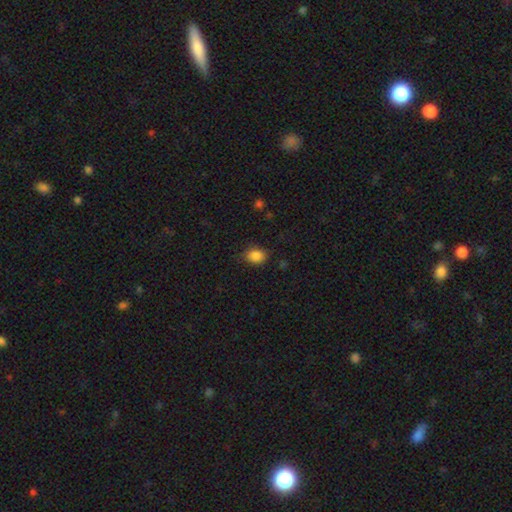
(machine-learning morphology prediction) Smooth or featured? smooth (86%)
How rounded? in between (59%)
Merging? none (78%)